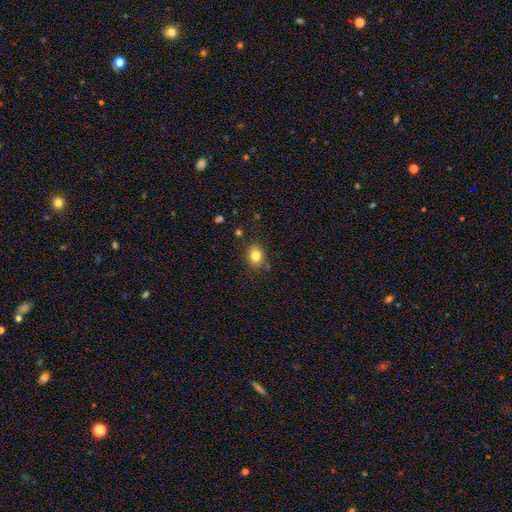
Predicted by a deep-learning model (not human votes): smooth-or-featured: smooth: 81% | star or artifact: 11% | featured or disk: 7%
  how-rounded: round: 59% | in between: 40% | cigar-shaped: 1%
  merging: none: 82% | minor disturbance: 12% | major disturbance: 3% | merger: 3%